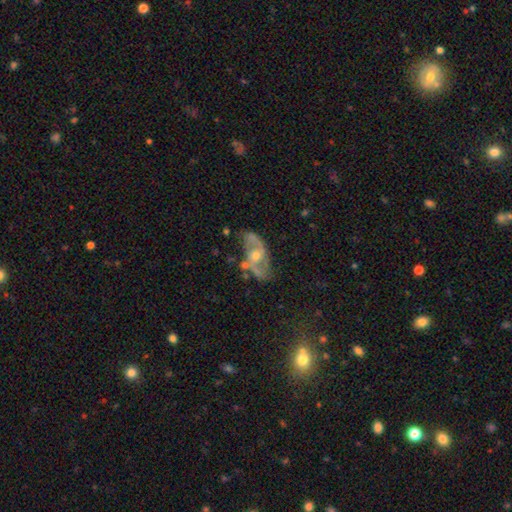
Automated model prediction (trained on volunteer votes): This appears to be a featured or disk galaxy (78%) with no bar (62%), 2 (83%) loose (43%) spiral arms (84%) and a moderate central bulge (59%). Merging: none (60%).